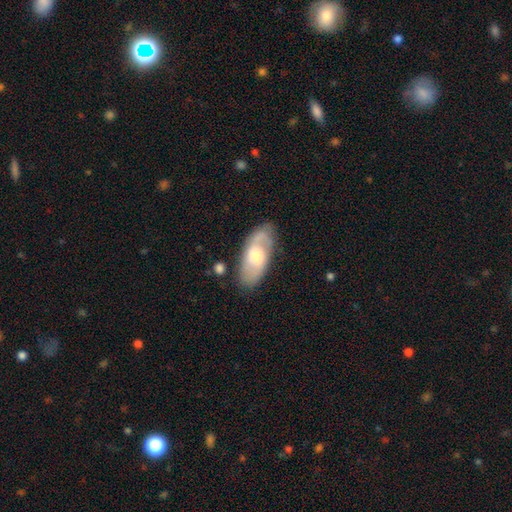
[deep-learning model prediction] This appears to be a featured or disk galaxy (54%). Merging: none (75%).